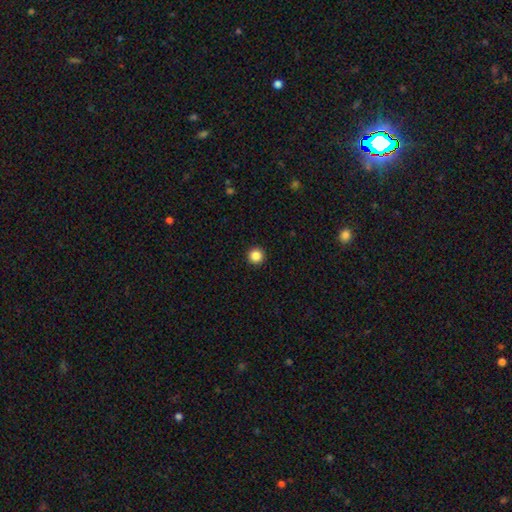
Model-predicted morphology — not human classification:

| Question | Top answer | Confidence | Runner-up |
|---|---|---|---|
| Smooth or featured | smooth | 86% | star or artifact (10%) |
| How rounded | round | 96% | in between (3%) |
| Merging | none | 94% | minor disturbance (4%) |